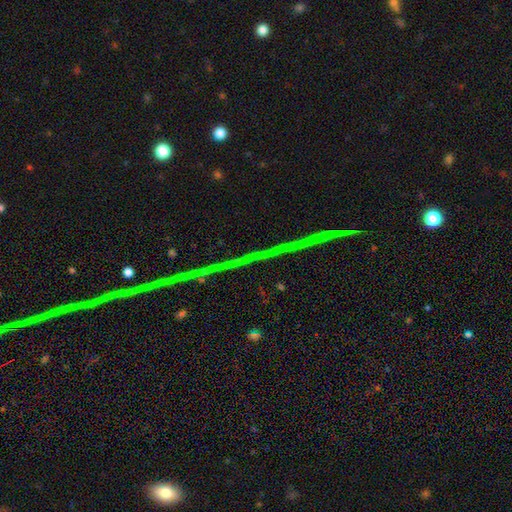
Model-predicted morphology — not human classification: smooth_or_featured: star or artifact (p=0.82) [alt: featured or disk p=0.11]